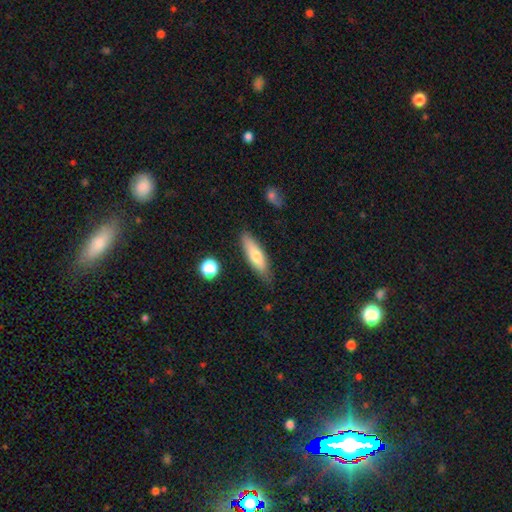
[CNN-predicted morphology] A smooth galaxy with no disk features (67%) that is cigar-shaped (59%). Merging: none (82%).